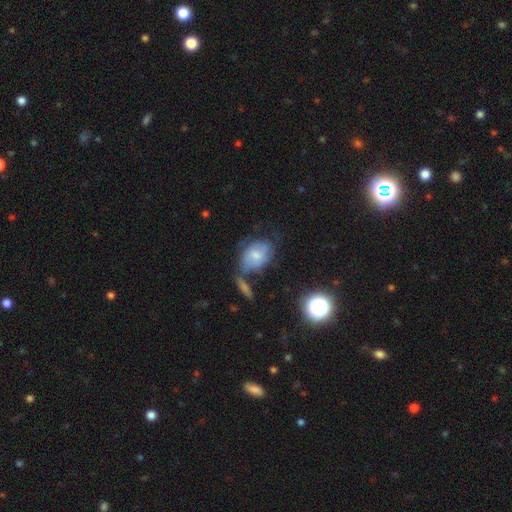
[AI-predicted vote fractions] smooth 51%, featured or disk 39%, star or artifact 10%. Down the decision tree: how rounded — in between (77%); merging — none (39%).